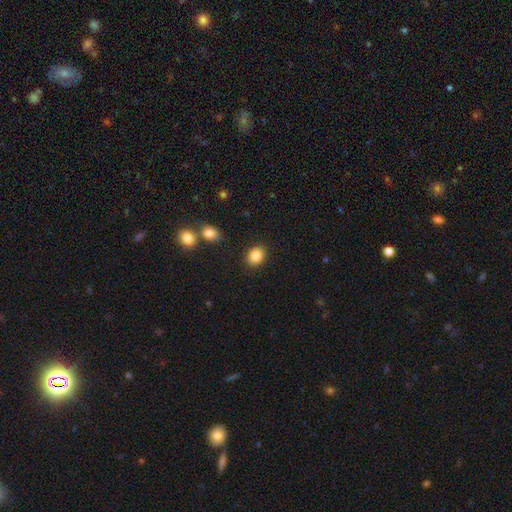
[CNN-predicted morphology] smooth 86%, star or artifact 9%, featured or disk 5%. Down the decision tree: how rounded — round (50%); merging — none (88%).